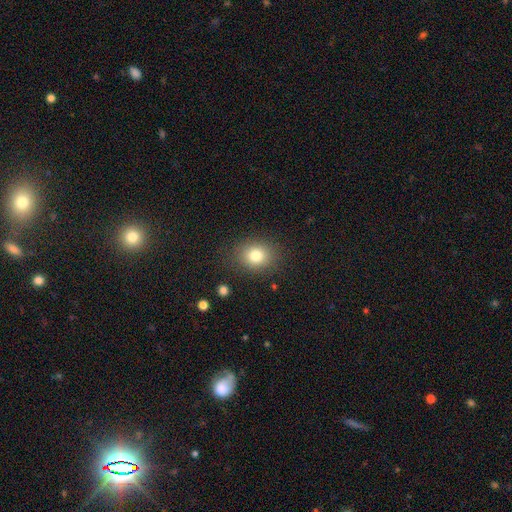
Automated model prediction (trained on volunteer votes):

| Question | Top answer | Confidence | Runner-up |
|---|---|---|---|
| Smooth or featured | smooth | 80% | star or artifact (12%) |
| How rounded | round | 60% | in between (39%) |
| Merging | none | 84% | minor disturbance (10%) |